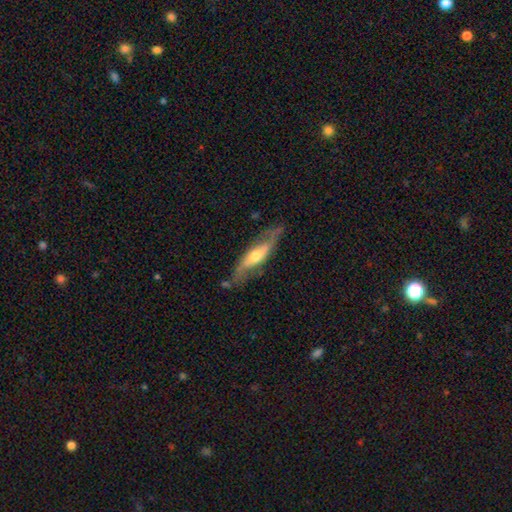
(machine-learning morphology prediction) Smooth or featured? featured or disk (69%)
Edge-on disk? no (54%)
Merging? none (70%)